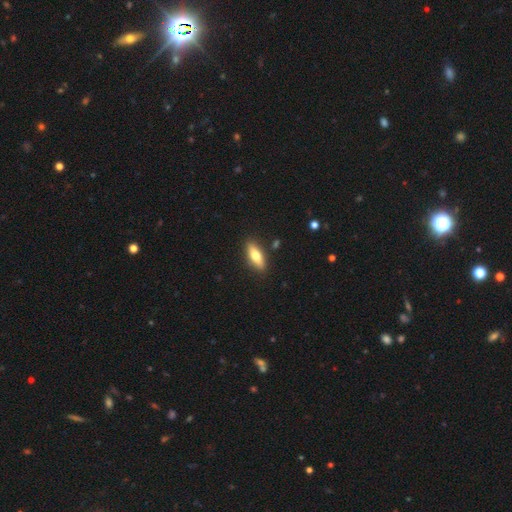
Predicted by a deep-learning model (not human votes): Smooth or featured: smooth — 67% (featured or disk — 27%)
How rounded: in between — 63% (cigar-shaped — 35%)
Merging: none — 87% (minor disturbance — 9%)